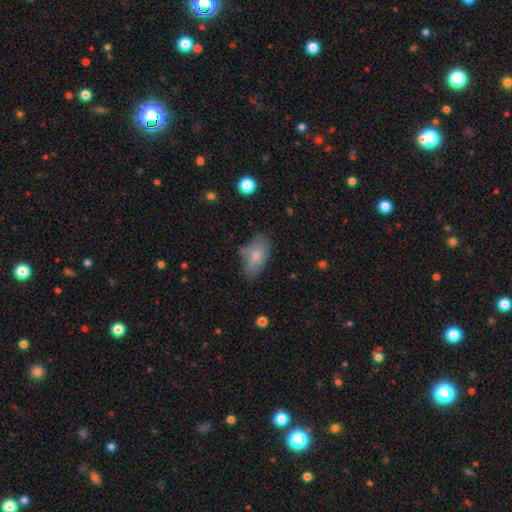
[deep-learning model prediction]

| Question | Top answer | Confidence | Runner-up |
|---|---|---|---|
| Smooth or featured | smooth | 72% | featured or disk (20%) |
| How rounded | in between | 91% | round (4%) |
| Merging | none | 52% | minor disturbance (32%) |